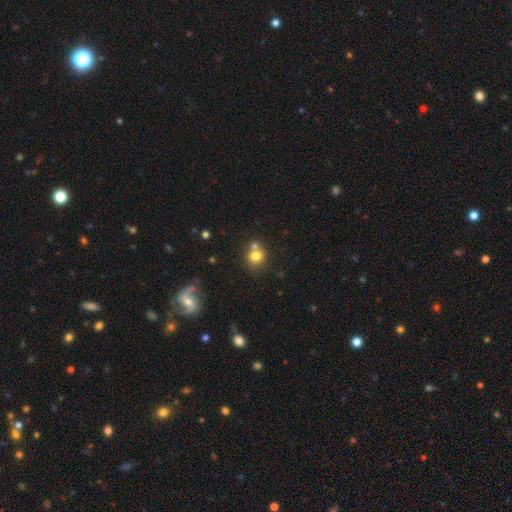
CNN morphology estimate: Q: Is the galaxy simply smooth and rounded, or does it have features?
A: smooth — 77%.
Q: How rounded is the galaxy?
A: round — 81%.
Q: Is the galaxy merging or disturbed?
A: none — 52%.